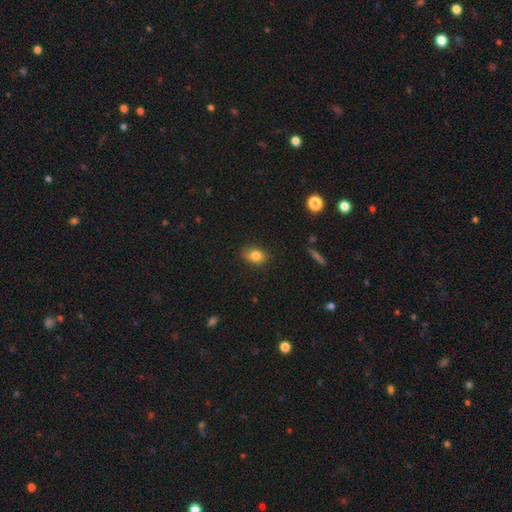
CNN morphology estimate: Overall: smooth (82%). How rounded: in between (74%). Merging: none (78%).